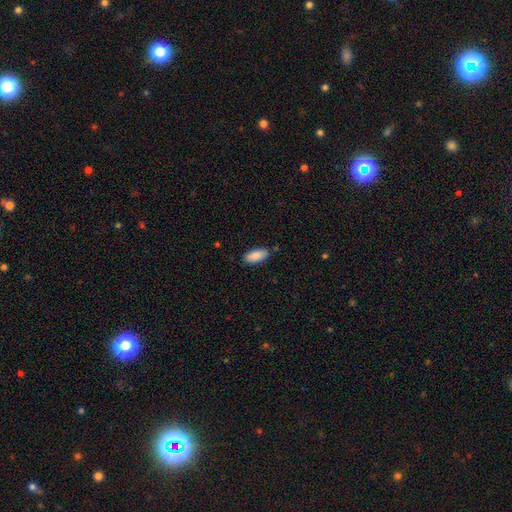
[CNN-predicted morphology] Q: Smooth or featured?
A: smooth (88%); runner-up: star or artifact (6%)
Q: How rounded?
A: in between (88%); runner-up: cigar-shaped (10%)
Q: Merging?
A: none (83%); runner-up: minor disturbance (13%)